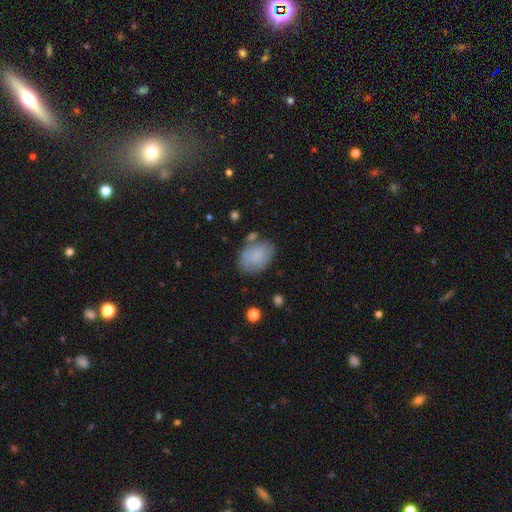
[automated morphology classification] type=smooth (80%); roundness=in between (82%); merging=none (67%).